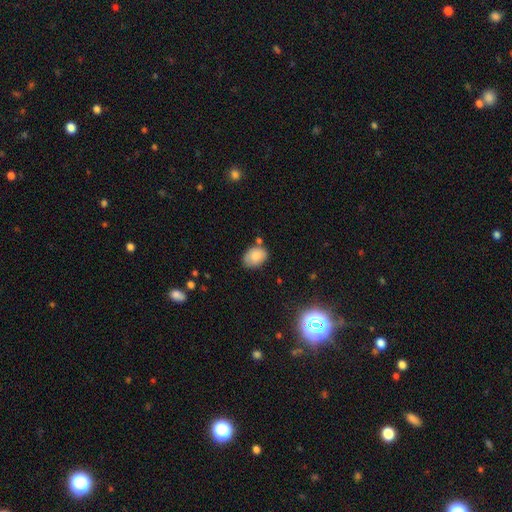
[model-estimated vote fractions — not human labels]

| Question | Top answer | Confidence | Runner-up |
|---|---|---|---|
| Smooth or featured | smooth | 82% | featured or disk (9%) |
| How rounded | in between | 76% | round (22%) |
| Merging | none | 65% | minor disturbance (23%) |